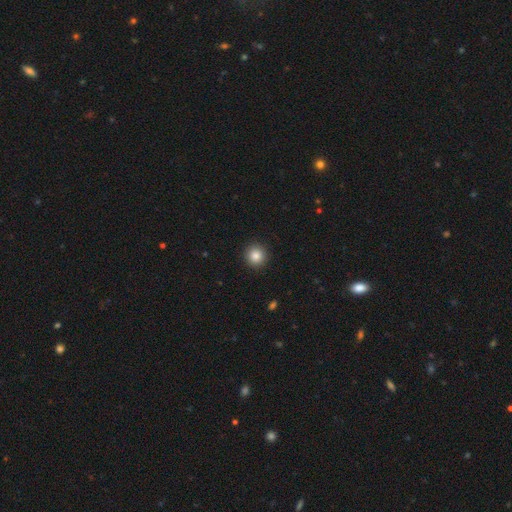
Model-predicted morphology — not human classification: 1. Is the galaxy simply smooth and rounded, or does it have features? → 84% smooth, 10% star or artifact, 6% featured or disk.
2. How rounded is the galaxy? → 94% round, 5% in between, 1% cigar-shaped.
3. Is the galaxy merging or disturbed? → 92% none, 5% minor disturbance, 2% major disturbance, 1% merger.